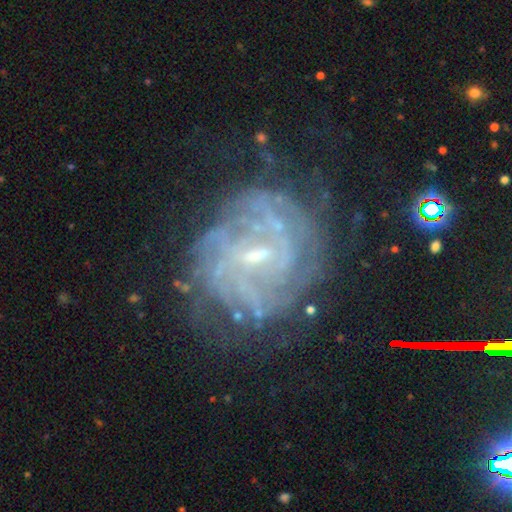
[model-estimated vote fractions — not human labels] The model was most divided on "bar": weak: 54%, no: 28%, strong: 18%. More confident: edge-on disk — no (97%); spiral arms — yes (87%); smooth or featured — featured or disk (82%); merging — none (70%); spiral winding — tight (66%); bulge size — small (65%); spiral arm count — can't tell (50%).